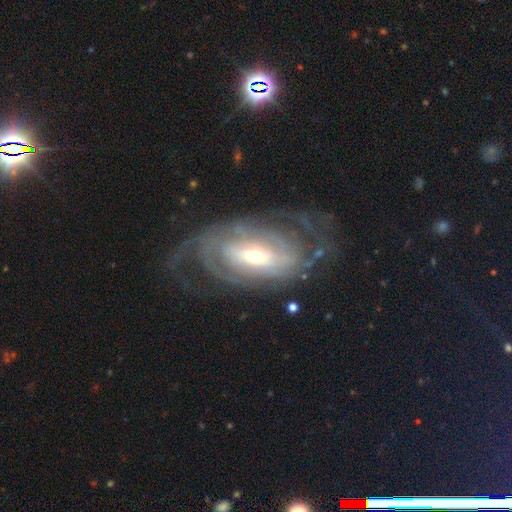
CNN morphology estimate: A featured or disk galaxy (86%) with a weak bar (36%), 2 (36%) tight (57%) spiral arms (91%) and a moderate central bulge (56%). Merging: none (64%).